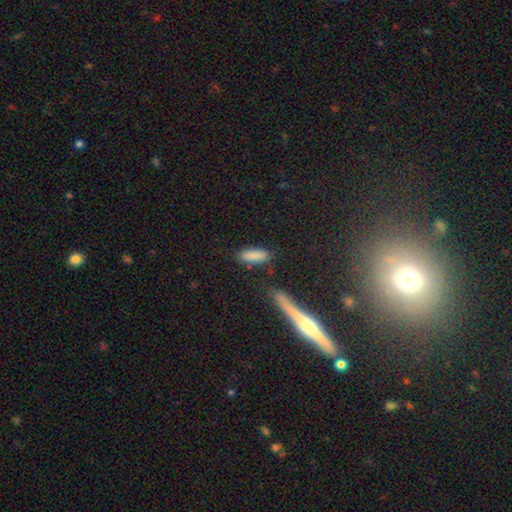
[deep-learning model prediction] A smooth galaxy with no disk features (86%) that is in between round and cigar-shaped (57%). Merging: none (79%).